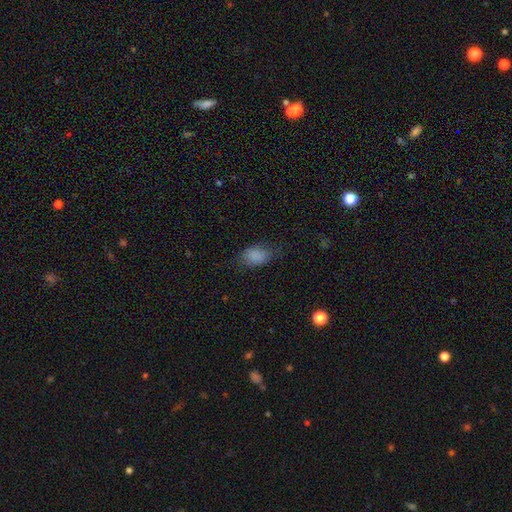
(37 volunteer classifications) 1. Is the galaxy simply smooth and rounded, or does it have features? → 89% smooth, 5% featured or disk, 5% star or artifact.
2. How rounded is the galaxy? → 76% in between, 21% round, 3% cigar-shaped.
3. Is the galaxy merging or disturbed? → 83% none, 11% minor disturbance, 3% major disturbance, 3% merger.